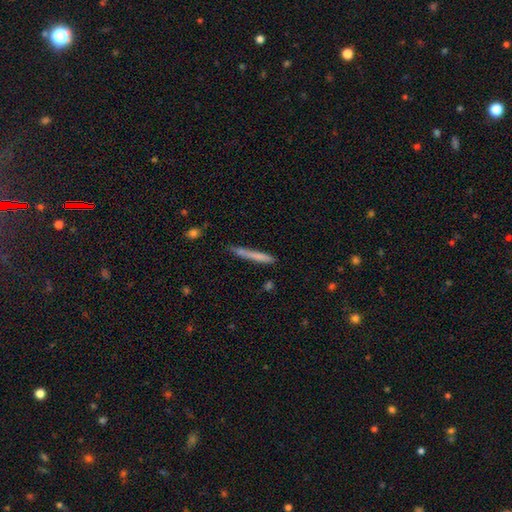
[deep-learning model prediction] Morphology: type=smooth (71%); roundness=cigar-shaped (96%); merging=none (76%).